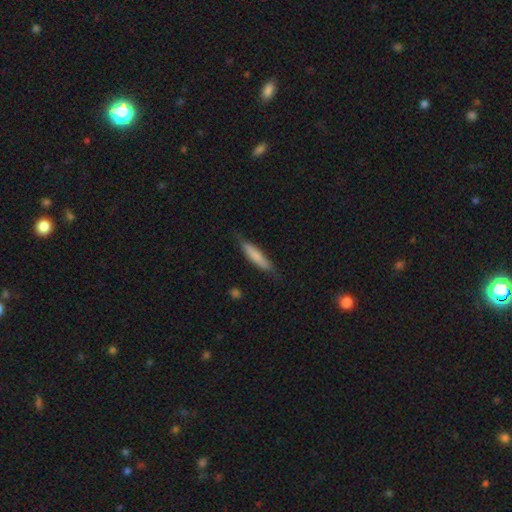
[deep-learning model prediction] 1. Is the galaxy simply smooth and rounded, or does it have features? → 77% smooth, 18% featured or disk, 6% star or artifact.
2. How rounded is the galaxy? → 83% cigar-shaped, 15% in between, 1% round.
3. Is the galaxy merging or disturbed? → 77% none, 18% minor disturbance, 3% major disturbance, 1% merger.